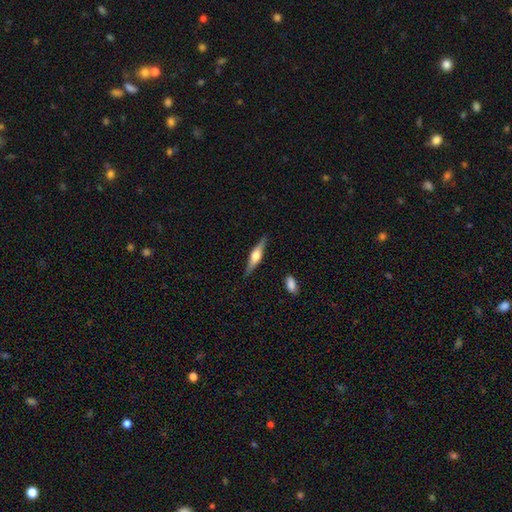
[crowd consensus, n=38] Overall: featured or disk (68%). Edge-on disk: yes (100%). Edge-on bulge: rounded (85%). Merging: none (89%).